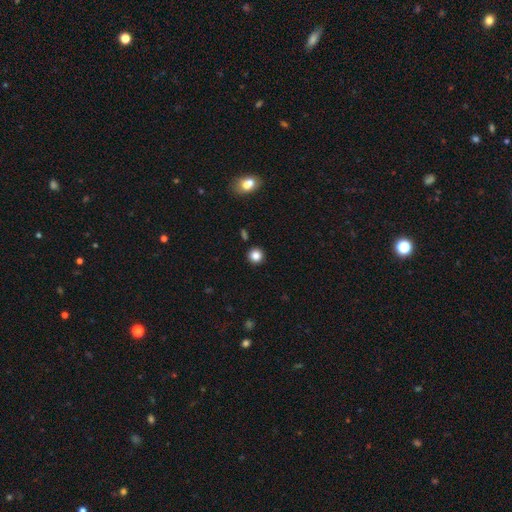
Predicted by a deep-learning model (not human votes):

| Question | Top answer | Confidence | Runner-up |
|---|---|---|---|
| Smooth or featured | smooth | 85% | star or artifact (11%) |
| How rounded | round | 94% | in between (5%) |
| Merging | none | 91% | minor disturbance (5%) |